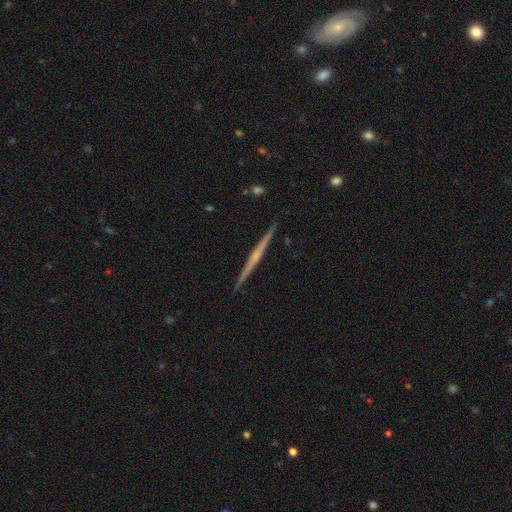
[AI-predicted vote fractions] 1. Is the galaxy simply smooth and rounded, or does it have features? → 73% featured or disk, 22% smooth, 5% star or artifact.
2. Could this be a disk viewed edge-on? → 98% yes, 2% no.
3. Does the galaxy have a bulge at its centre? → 53% none, 38% rounded, 8% boxy.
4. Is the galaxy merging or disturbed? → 92% none, 5% minor disturbance, 1% major disturbance, 1% merger.